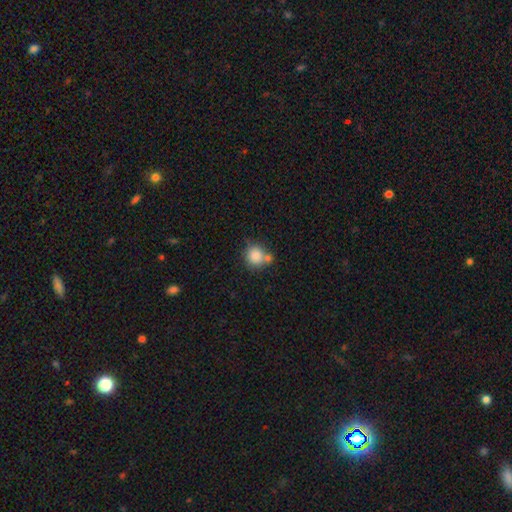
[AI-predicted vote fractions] Morphology: type=smooth (84%); roundness=round (85%); merging=none (56%).